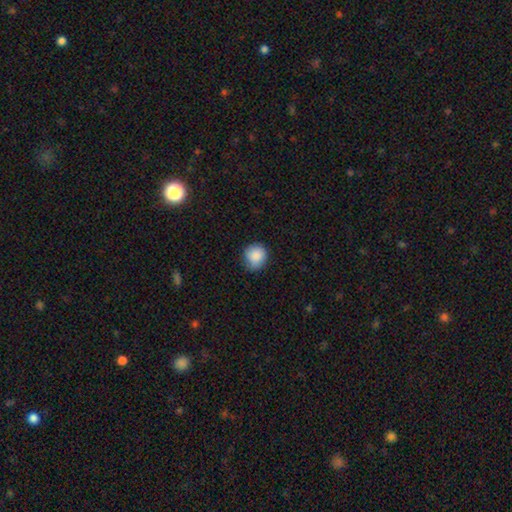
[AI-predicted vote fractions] Smooth or featured? smooth (87%)
How rounded? round (88%)
Merging? none (75%)